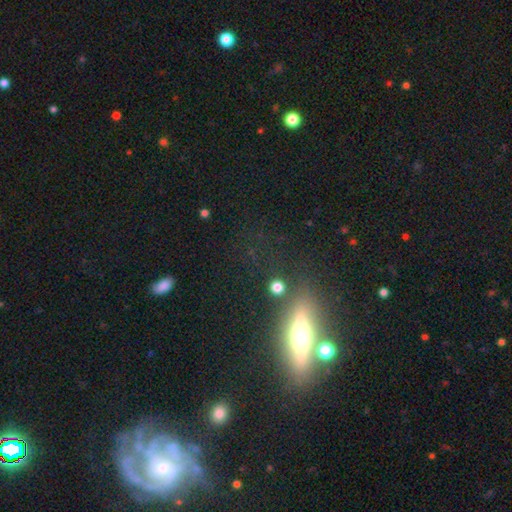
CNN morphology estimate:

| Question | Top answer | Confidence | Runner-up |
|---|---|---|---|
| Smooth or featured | featured or disk | 46% | smooth (30%) |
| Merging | none | 74% | minor disturbance (13%) |